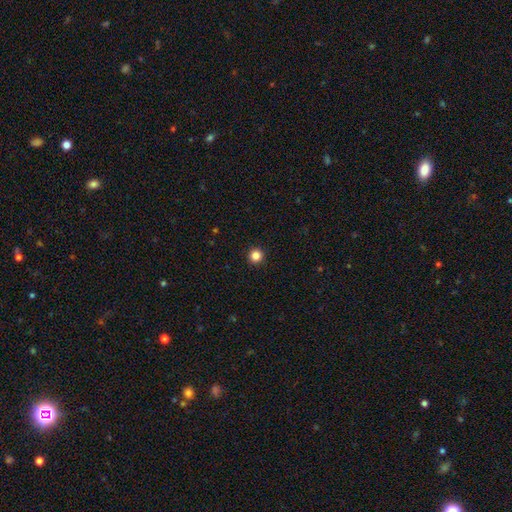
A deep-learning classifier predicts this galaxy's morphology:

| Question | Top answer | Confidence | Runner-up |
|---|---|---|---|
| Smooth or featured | smooth | 85% | star or artifact (11%) |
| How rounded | round | 96% | in between (3%) |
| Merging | none | 94% | minor disturbance (4%) |